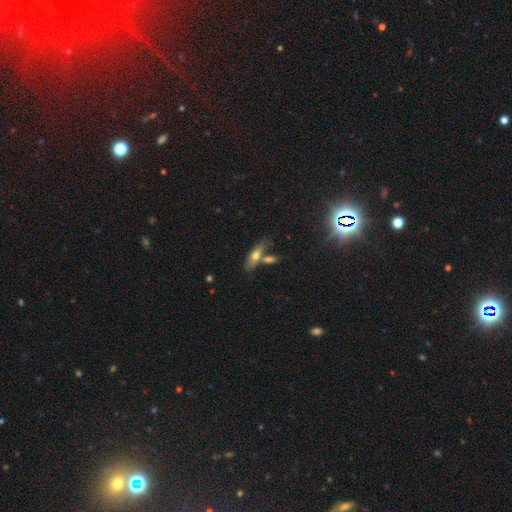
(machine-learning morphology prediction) smooth_or_featured: smooth (p=0.58) [alt: featured or disk p=0.34]
how_rounded: in between (p=0.52) [alt: cigar-shaped p=0.44]
merging: none (p=0.55) [alt: merger p=0.28]